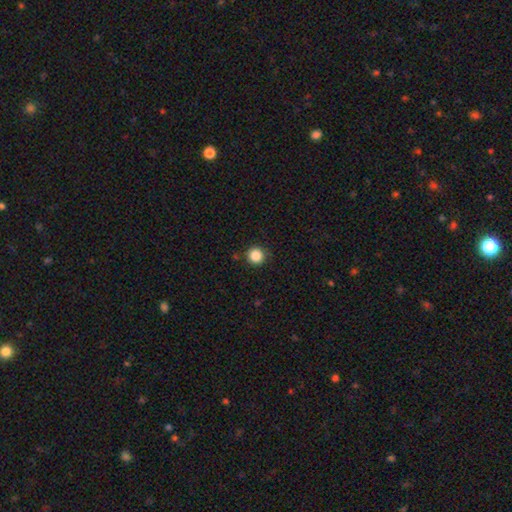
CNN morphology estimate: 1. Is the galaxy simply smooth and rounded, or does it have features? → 86% smooth, 11% star or artifact, 3% featured or disk.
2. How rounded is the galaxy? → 95% round, 4% in between, 1% cigar-shaped.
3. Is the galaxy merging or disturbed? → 90% none, 6% minor disturbance, 2% major disturbance, 2% merger.